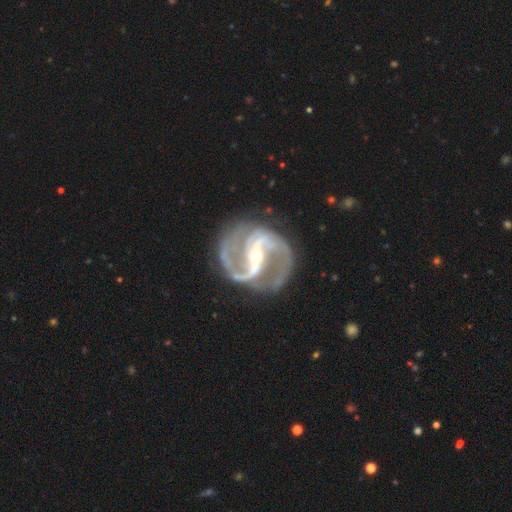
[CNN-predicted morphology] Smooth or featured? featured or disk (93%)
Edge-on disk? no (98%)
Bar? strong (59%)
Spiral arms? yes (98%)
Spiral winding? medium (59%)
Spiral arm count? 2 (83%)
Bulge size? small (62%)
Merging? none (75%)